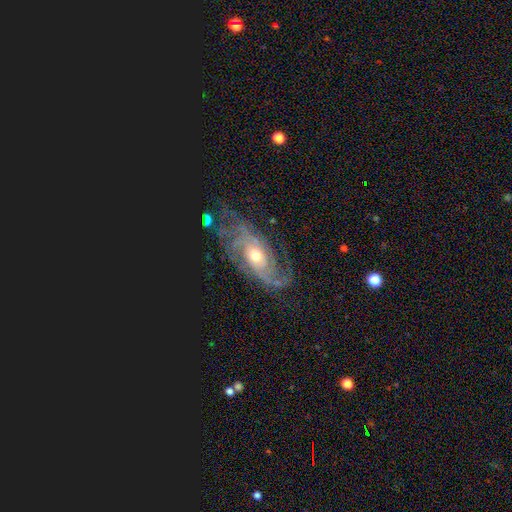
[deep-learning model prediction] smooth_or_featured: featured or disk (p=0.80) [alt: star or artifact p=0.13]
disk_edge_on: no (p=0.93) [alt: yes p=0.07]
bar: no (p=0.66) [alt: weak p=0.26]
has_spiral_arms: yes (p=0.95) [alt: no p=0.05]
spiral_winding: tight (p=0.48) [alt: medium p=0.38]
spiral_arm_count: 2 (p=0.28) [tied with: can't tell p=0.28]
bulge_size: moderate (p=0.65) [alt: small p=0.28]
merging: none (p=0.71) [alt: minor disturbance p=0.17]